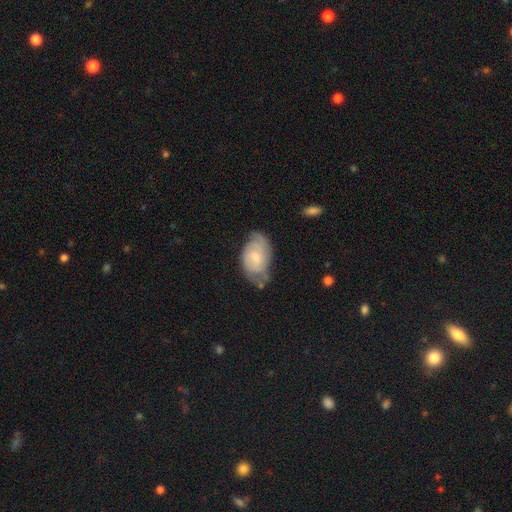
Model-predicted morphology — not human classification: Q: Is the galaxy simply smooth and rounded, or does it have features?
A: featured or disk — 50%.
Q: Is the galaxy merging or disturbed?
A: none — 50%.